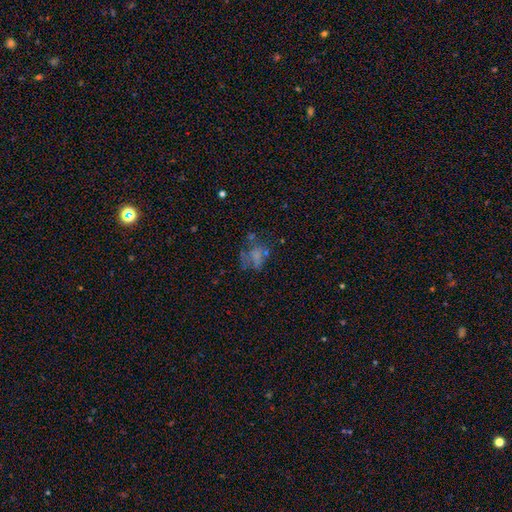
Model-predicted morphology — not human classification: A smooth galaxy with no disk features (48%). Merging: none (40%).